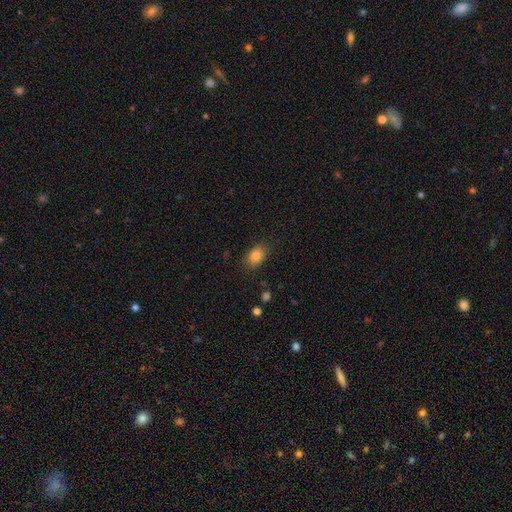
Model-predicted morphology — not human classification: A smooth galaxy with no disk features (85%) that is in between round and cigar-shaped (76%).

Vote fractions:
- Smooth or featured? smooth: 85% / star or artifact: 9% / featured or disk: 5%
- How rounded? in between: 76% / round: 22% / cigar-shaped: 1%
- Merging? none: 82% / minor disturbance: 13% / major disturbance: 4% / merger: 1%